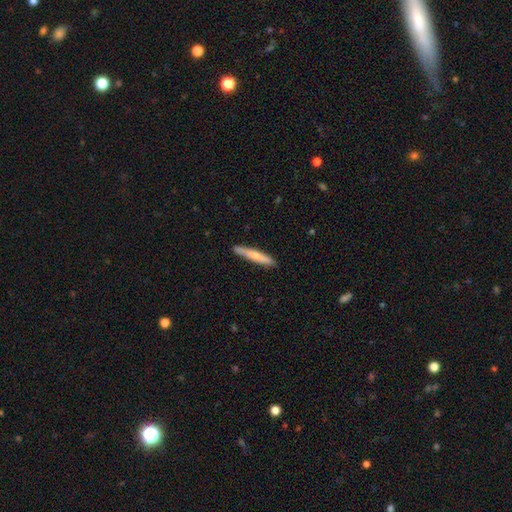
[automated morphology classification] type=smooth (64%); roundness=cigar-shaped (93%); merging=none (90%).